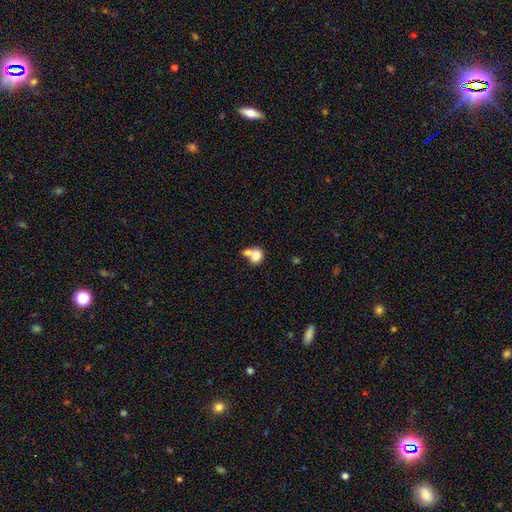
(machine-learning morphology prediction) Smooth or featured? smooth (76%)
How rounded? round (62%)
Merging? merger (59%)